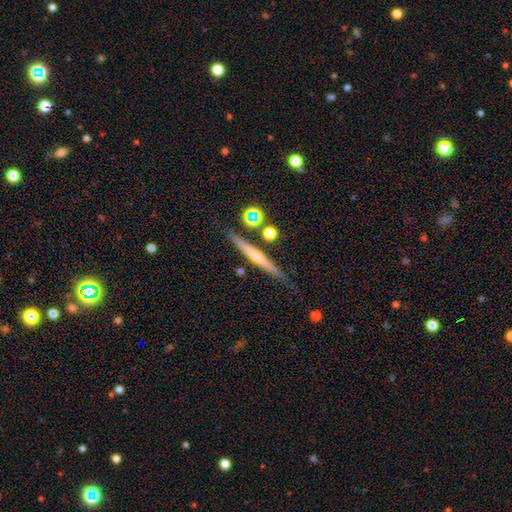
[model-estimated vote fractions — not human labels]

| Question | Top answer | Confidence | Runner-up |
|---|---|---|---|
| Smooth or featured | featured or disk | 72% | smooth (20%) |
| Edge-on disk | yes | 97% | no (3%) |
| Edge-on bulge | rounded | 75% | none (20%) |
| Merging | none | 84% | minor disturbance (10%) |